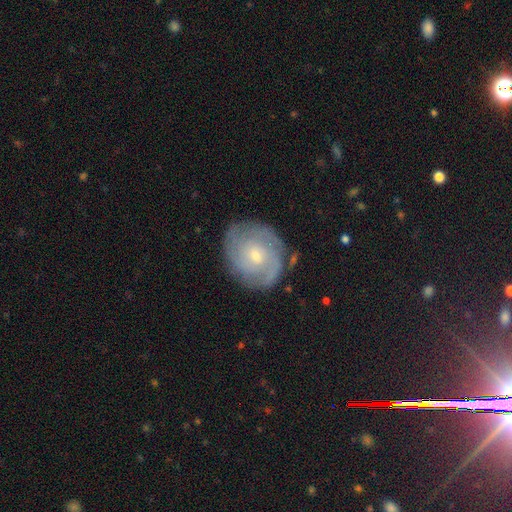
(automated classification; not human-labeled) A featured or disk galaxy (76%) with no bar (65%), tight (64%) spiral arms (92%) and a small central bulge (63%). Merging: none (79%).